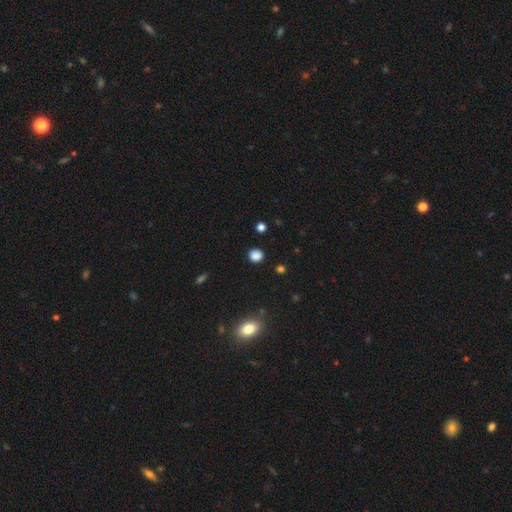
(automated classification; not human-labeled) Smooth or featured: smooth — 85% (star or artifact — 12%)
How rounded: round — 83% (in between — 16%)
Merging: none — 89% (minor disturbance — 7%)